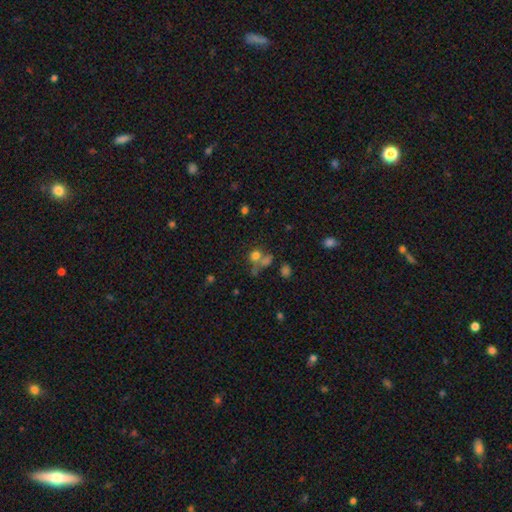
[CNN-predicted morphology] smooth-or-featured: smooth: 68% | star or artifact: 19% | featured or disk: 12%
  how-rounded: round: 75% | in between: 24% | cigar-shaped: 1%
  merging: none: 45% | merger: 36% | minor disturbance: 11% | major disturbance: 8%